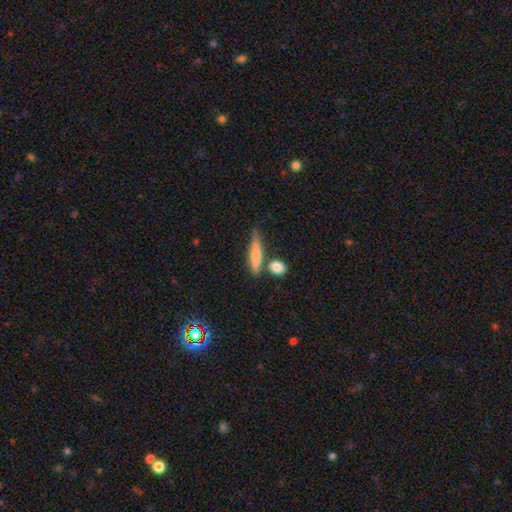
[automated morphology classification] smooth 75%, featured or disk 19%, star or artifact 7%. Down the decision tree: how rounded — cigar-shaped (71%); merging — none (59%).